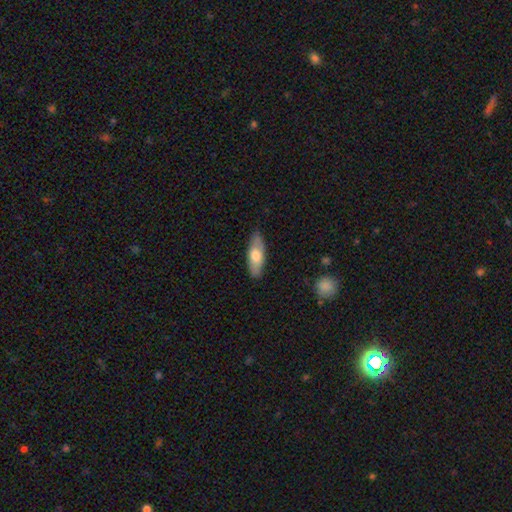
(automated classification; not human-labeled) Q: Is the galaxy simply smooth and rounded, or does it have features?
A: smooth — 66%.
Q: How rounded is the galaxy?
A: in between — 64%.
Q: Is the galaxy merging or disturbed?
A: none — 81%.